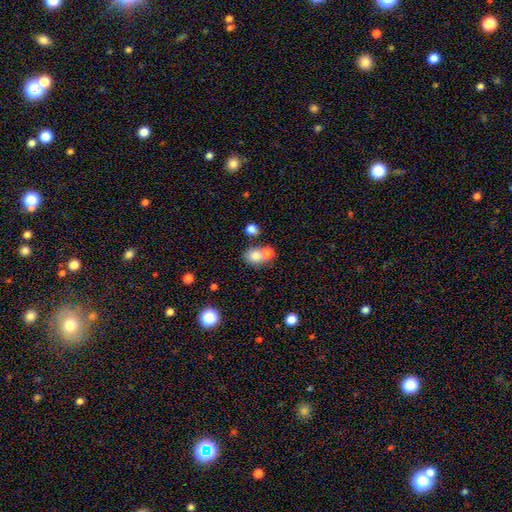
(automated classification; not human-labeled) A smooth galaxy with no disk features (77%) that is round (69%).

Vote fractions:
- Smooth or featured? smooth: 77% / star or artifact: 12% / featured or disk: 11%
- How rounded? round: 69% / in between: 30% / cigar-shaped: 1%
- Merging? none: 45% / merger: 42% / minor disturbance: 9% / major disturbance: 4%